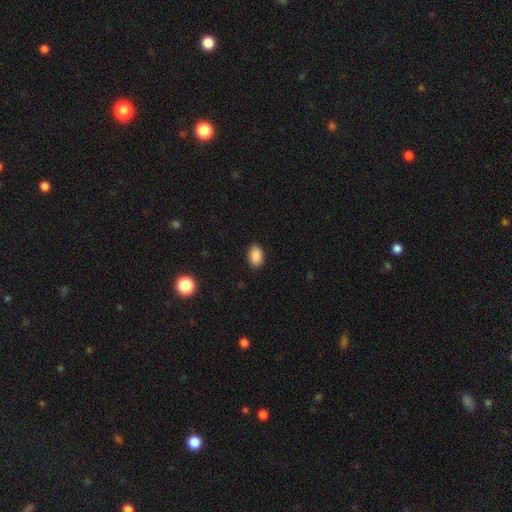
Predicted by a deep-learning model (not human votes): Q: Smooth or featured?
A: smooth (88%); runner-up: star or artifact (8%)
Q: How rounded?
A: in between (83%); runner-up: round (16%)
Q: Merging?
A: none (89%); runner-up: minor disturbance (8%)